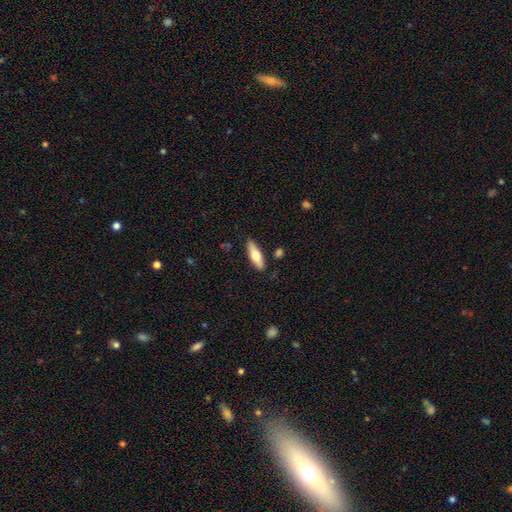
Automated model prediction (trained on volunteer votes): Overall: smooth (62%; featured or disk 32%). How rounded: in between (52%; cigar-shaped 46%). Merging: none (86%).